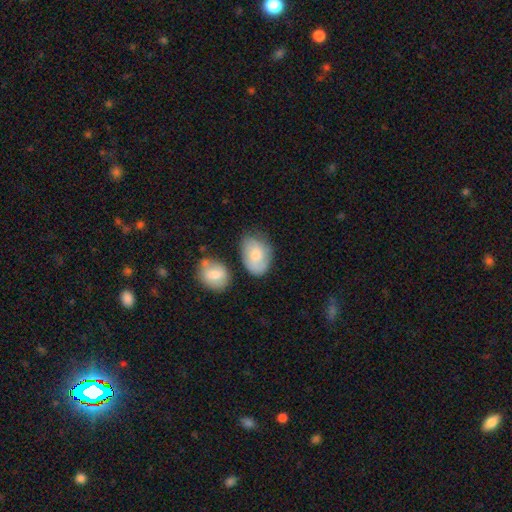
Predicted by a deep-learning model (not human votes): smooth 73%, featured or disk 21%, star or artifact 6%. Down the decision tree: how rounded — in between (81%); merging — none (57%).